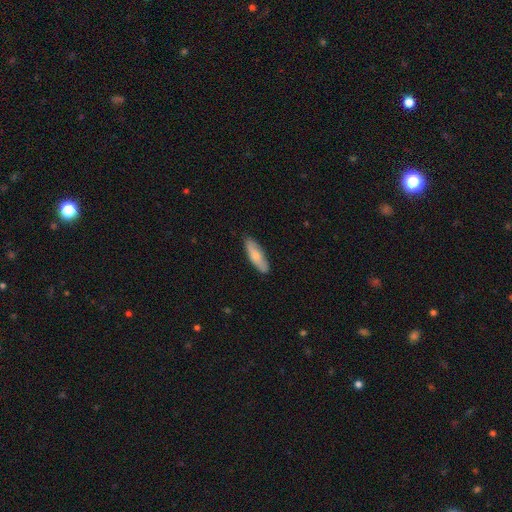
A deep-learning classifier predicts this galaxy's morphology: Overall: smooth (73%). How rounded: in between (52%; cigar-shaped 46%). Merging: none (86%).